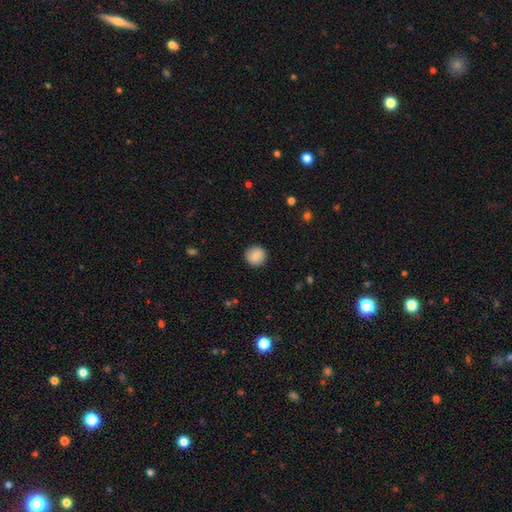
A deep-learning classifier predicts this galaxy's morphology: The model was most divided on "smooth or featured": smooth: 87%, star or artifact: 8%, featured or disk: 5%. More confident: how rounded — round (92%); merging — none (90%).